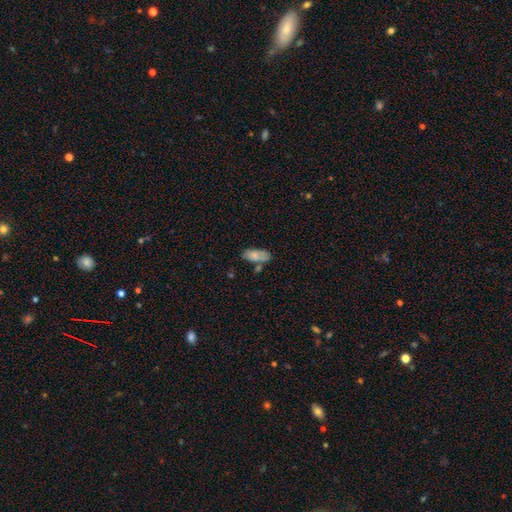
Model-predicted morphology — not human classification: smooth 76%, featured or disk 17%, star or artifact 7%. Down the decision tree: how rounded — in between (86%); merging — none (61%).